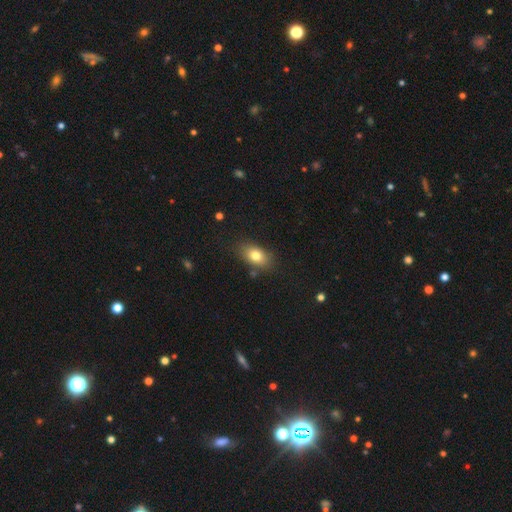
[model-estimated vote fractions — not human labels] Overall: smooth (78%). How rounded: in between (84%). Merging: none (79%).